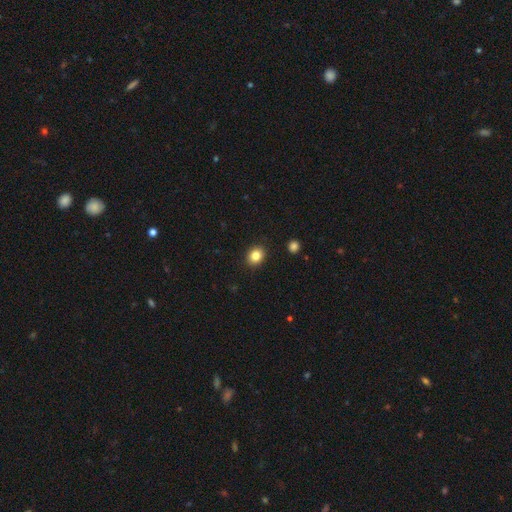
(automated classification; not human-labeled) A smooth galaxy with no disk features (84%) that is round (62%).

Vote fractions:
- Smooth or featured? smooth: 84% / star or artifact: 10% / featured or disk: 6%
- How rounded? round: 62% / in between: 37% / cigar-shaped: 1%
- Merging? none: 91% / minor disturbance: 6% / major disturbance: 2% / merger: 1%